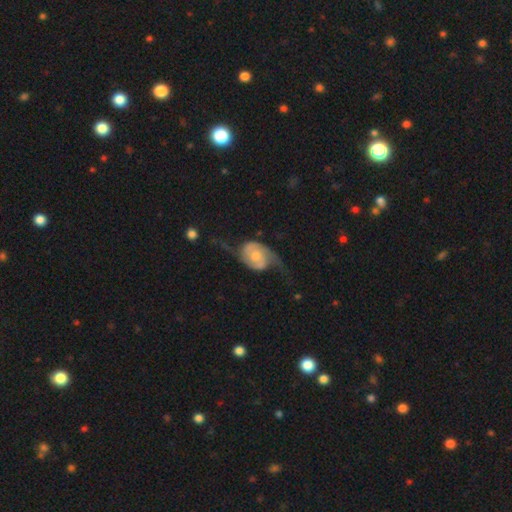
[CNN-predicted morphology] This appears to be a featured or disk galaxy (77%) with no bar (66%), 2 (88%) loose (49%) spiral arms (92%) and a moderate central bulge (56%). Merging: none (45%).